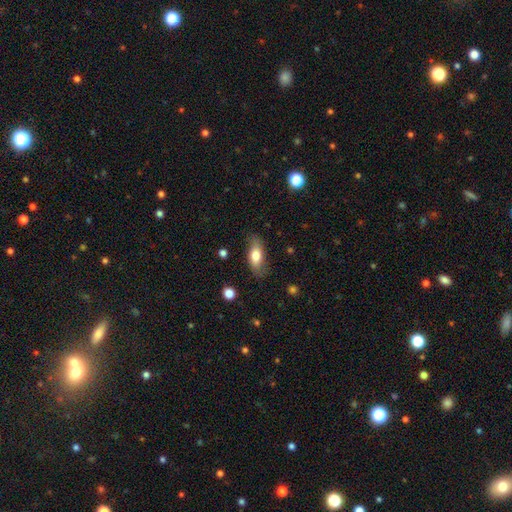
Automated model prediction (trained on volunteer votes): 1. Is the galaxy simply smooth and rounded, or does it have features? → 73% smooth, 20% featured or disk, 7% star or artifact.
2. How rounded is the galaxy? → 83% in between, 13% cigar-shaped, 4% round.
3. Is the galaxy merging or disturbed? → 77% none, 17% minor disturbance, 4% major disturbance, 1% merger.